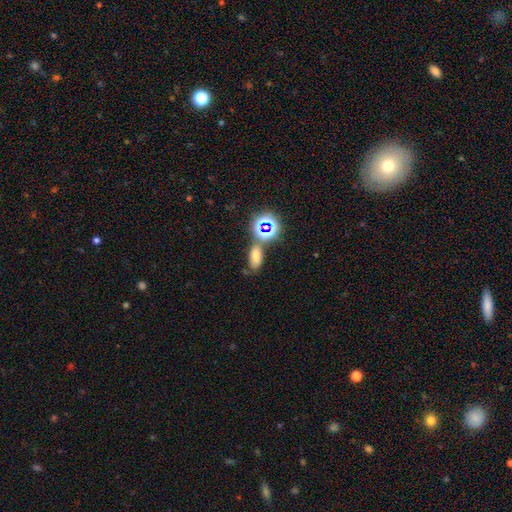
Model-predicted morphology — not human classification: A smooth galaxy with no disk features (64%) that is in between round and cigar-shaped (83%). Merging: none (63%).